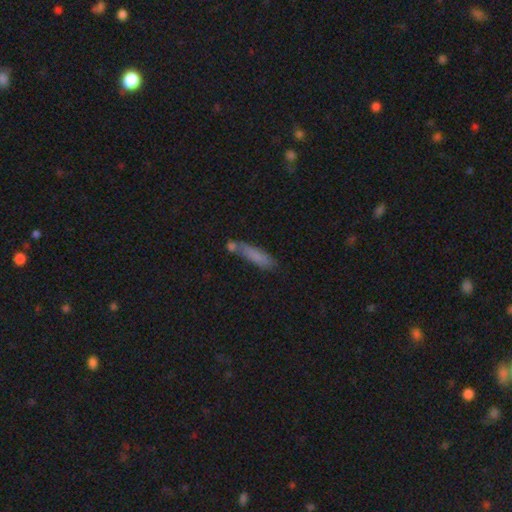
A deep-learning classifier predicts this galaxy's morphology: Q: Smooth or featured?
A: smooth (77%); runner-up: featured or disk (14%)
Q: How rounded?
A: cigar-shaped (76%); runner-up: in between (21%)
Q: Merging?
A: none (55%); runner-up: minor disturbance (20%)